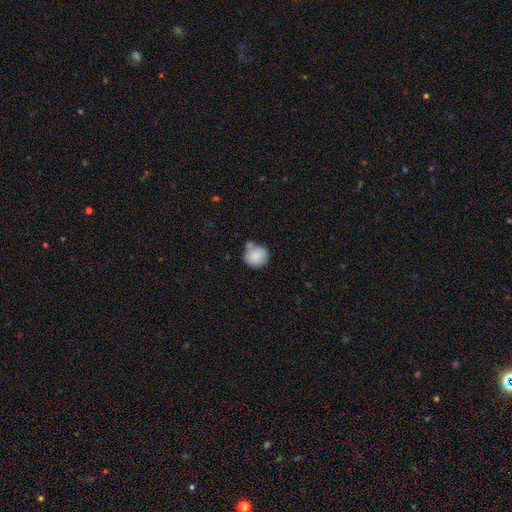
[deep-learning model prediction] Smooth or featured: smooth — 85% (featured or disk — 8%)
How rounded: round — 86% (in between — 13%)
Merging: none — 55% (minor disturbance — 21%)